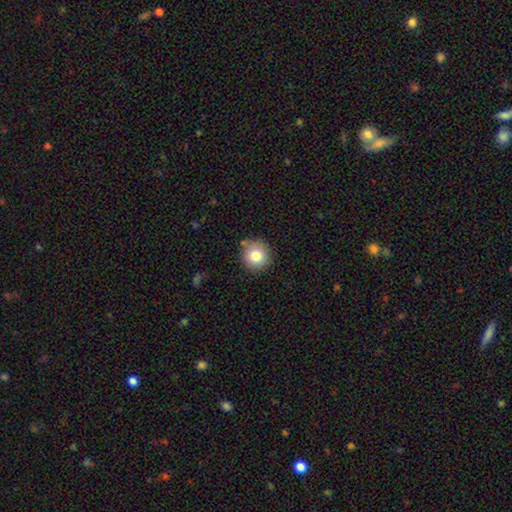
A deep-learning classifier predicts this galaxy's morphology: Q: Smooth or featured?
A: smooth (80%); runner-up: star or artifact (10%)
Q: How rounded?
A: round (93%); runner-up: in between (6%)
Q: Merging?
A: none (85%); runner-up: minor disturbance (10%)